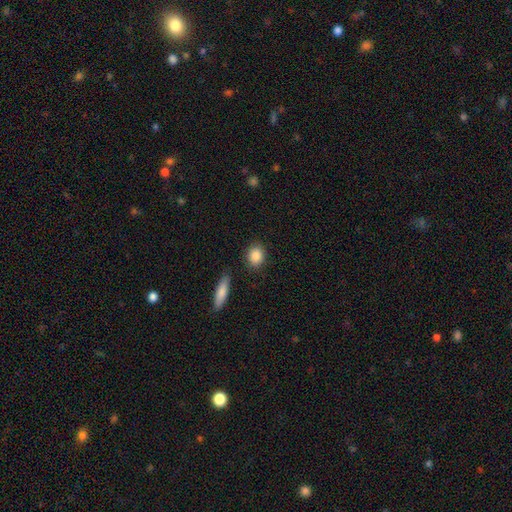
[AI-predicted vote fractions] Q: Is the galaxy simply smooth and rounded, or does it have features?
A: smooth — 87%.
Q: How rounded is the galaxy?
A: round — 52%.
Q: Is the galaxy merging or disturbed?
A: none — 86%.